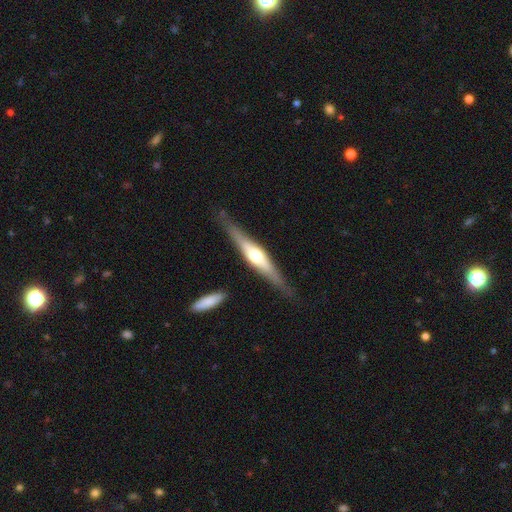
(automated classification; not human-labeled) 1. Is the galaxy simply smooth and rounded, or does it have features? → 69% featured or disk, 26% smooth, 5% star or artifact.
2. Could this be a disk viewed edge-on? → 96% yes, 4% no.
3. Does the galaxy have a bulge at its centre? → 87% rounded, 9% boxy, 4% none.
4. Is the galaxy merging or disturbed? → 81% none, 13% minor disturbance, 3% major disturbance, 3% merger.